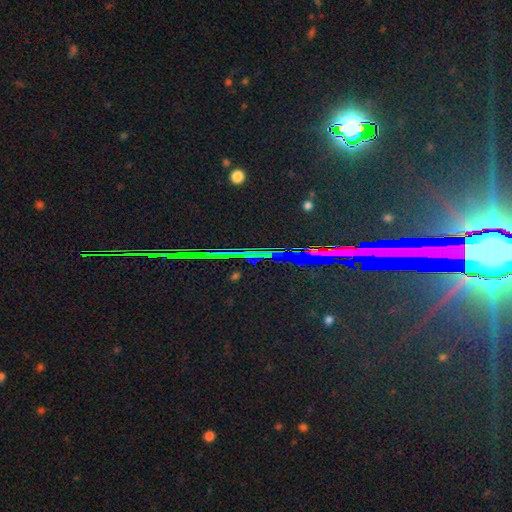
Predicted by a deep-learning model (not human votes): Smooth or featured? star or artifact (83%)